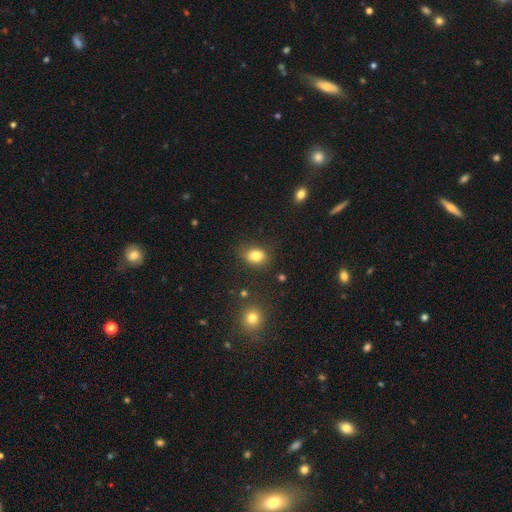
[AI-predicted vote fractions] smooth-or-featured: smooth: 83% | star or artifact: 11% | featured or disk: 7%
  how-rounded: in between: 63% | round: 36% | cigar-shaped: 1%
  merging: none: 81% | minor disturbance: 13% | major disturbance: 4% | merger: 2%